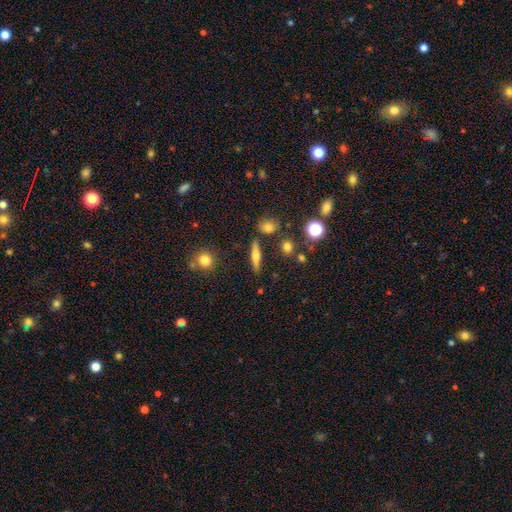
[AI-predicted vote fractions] Q: Smooth or featured?
A: smooth (50%); runner-up: featured or disk (41%)
Q: Merging?
A: none (84%); runner-up: minor disturbance (9%)